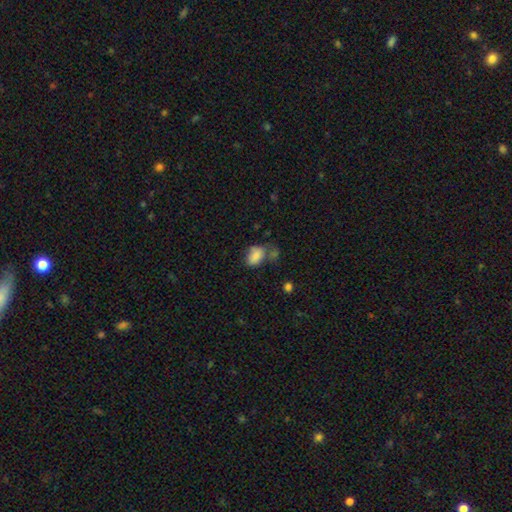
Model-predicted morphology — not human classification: This appears to be a smooth galaxy with no disk features (81%) that is in between round and cigar-shaped (85%). Merging: none (40%).